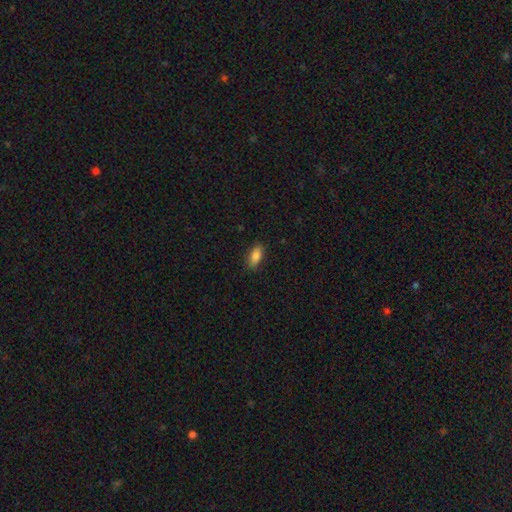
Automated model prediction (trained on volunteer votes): This is clearly a smooth galaxy (86%). How rounded: clearly in between (84%). Merging: clearly none (86%).